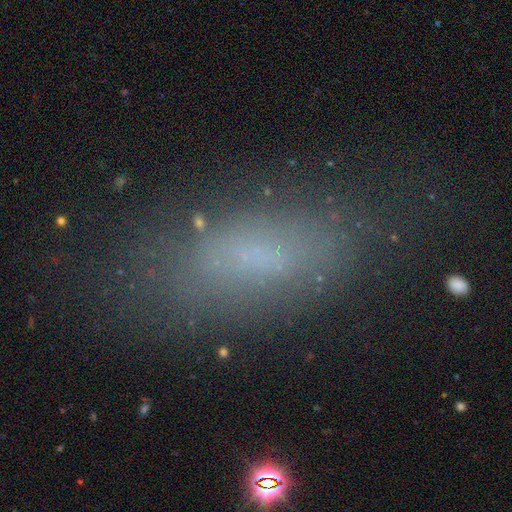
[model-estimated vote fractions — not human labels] Morphology: type=smooth (65%); roundness=in between (77%); merging=none (73%).